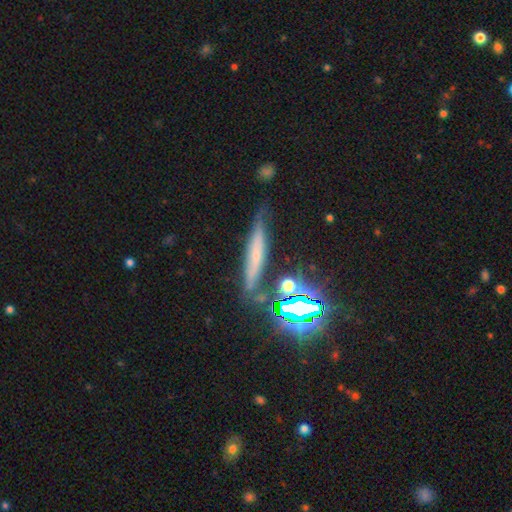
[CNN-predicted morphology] smooth-or-featured: smooth: 38% | featured or disk: 34% | star or artifact: 28%
  merging: none: 71% | minor disturbance: 18% | merger: 6% | major disturbance: 5%